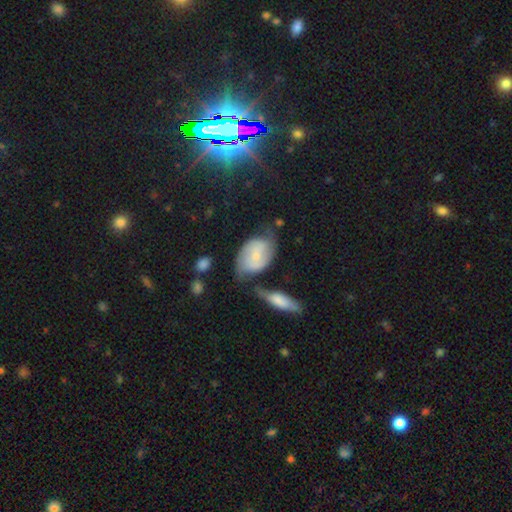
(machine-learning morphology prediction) A featured or disk galaxy (58%) with no bar (52%), spiral arms (86%) and a small central bulge (66%).

Vote fractions:
- Smooth or featured? featured or disk: 58% / smooth: 35% / star or artifact: 7%
- Edge-on disk? no: 94% / yes: 6%
- Bar? no: 52% / weak: 38% / strong: 10%
- Spiral arms? yes: 86% / no: 14%
- Bulge size? small: 66% / moderate: 25% / none: 5% / large: 2% / dominant: 1%
- Merging? none: 46% / minor disturbance: 24% / merger: 18% / major disturbance: 12%